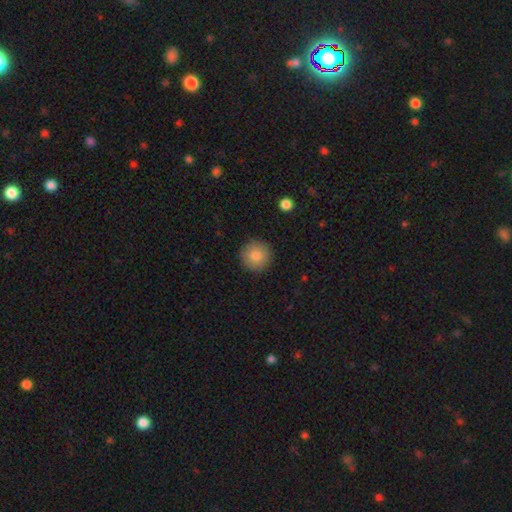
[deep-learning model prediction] Smooth or featured: smooth — 84% (star or artifact — 9%)
How rounded: round — 96% (in between — 3%)
Merging: none — 91% (minor disturbance — 6%)